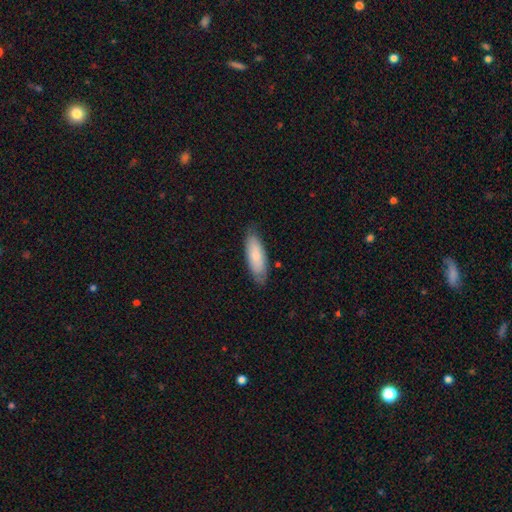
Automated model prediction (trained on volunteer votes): A smooth galaxy with no disk features (78%) that is in between round and cigar-shaped (65%).

Vote fractions:
- Smooth or featured? smooth: 78% / featured or disk: 17% / star or artifact: 6%
- How rounded? in between: 65% / cigar-shaped: 34% / round: 2%
- Merging? none: 79% / minor disturbance: 17% / major disturbance: 3% / merger: 1%